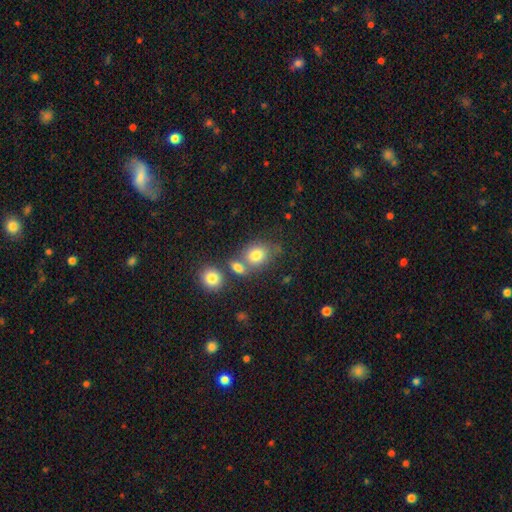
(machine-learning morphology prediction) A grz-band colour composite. It shows a smooth galaxy with no disk features (79%) that is in between round and cigar-shaped (50%). Merging: none (46%).